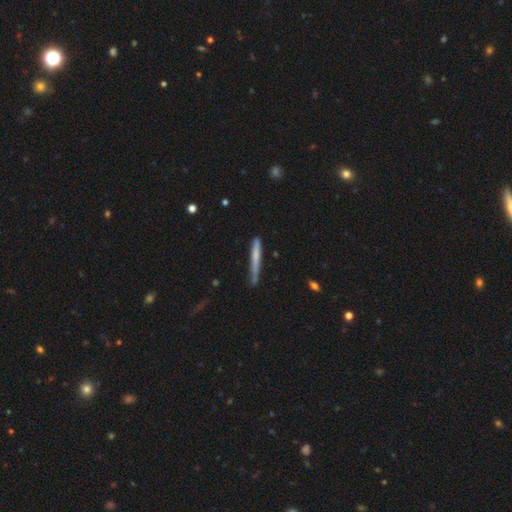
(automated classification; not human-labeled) The model was most divided on "smooth or featured": smooth: 60%, featured or disk: 33%, star or artifact: 6%. More confident: how rounded — cigar-shaped (96%); merging — none (70%).